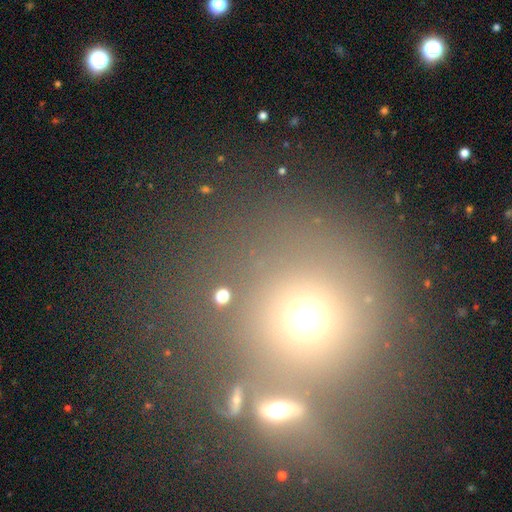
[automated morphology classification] This is possibly a smooth galaxy (60%). How rounded: clearly round (89%). Merging: likely none (60%).